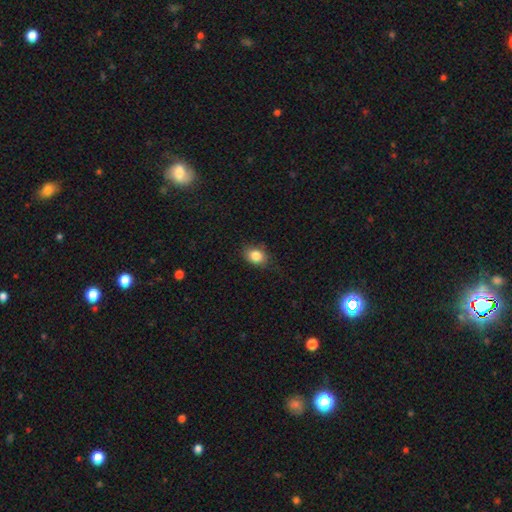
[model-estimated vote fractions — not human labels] Morphology: type=smooth (85%); roundness=in between (63%); merging=none (79%).